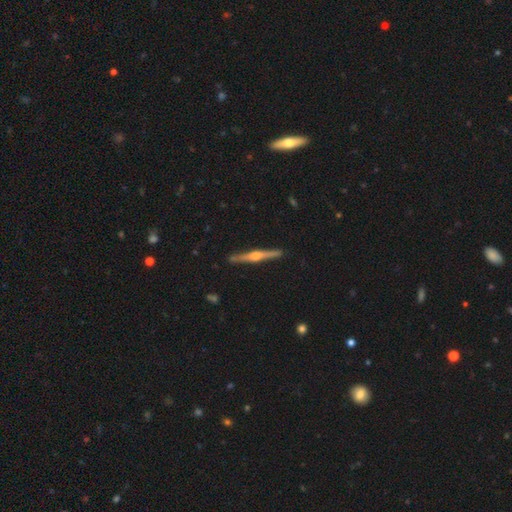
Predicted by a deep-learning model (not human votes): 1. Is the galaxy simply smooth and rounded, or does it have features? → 83% featured or disk, 12% smooth, 5% star or artifact.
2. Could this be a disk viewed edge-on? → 99% yes, 1% no.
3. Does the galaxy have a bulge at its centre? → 91% rounded, 6% boxy, 4% none.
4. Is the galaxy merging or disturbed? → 92% none, 6% minor disturbance, 1% major disturbance, 1% merger.